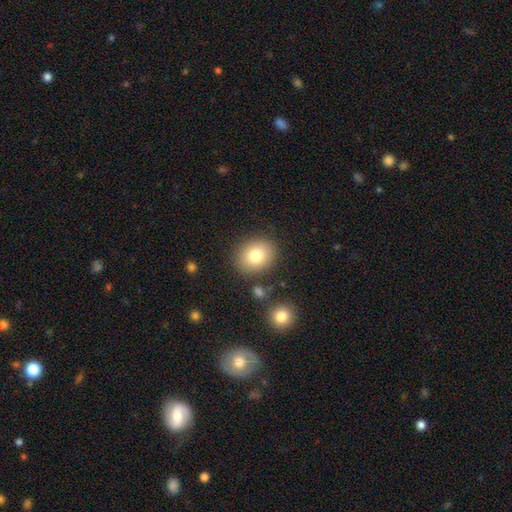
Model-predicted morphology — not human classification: Q: Smooth or featured?
A: smooth (80%); runner-up: featured or disk (10%)
Q: How rounded?
A: round (63%); runner-up: in between (36%)
Q: Merging?
A: none (83%); runner-up: minor disturbance (10%)